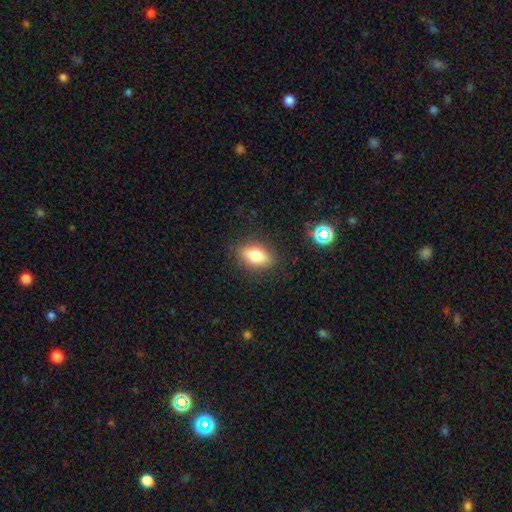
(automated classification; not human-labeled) A smooth galaxy with no disk features (76%) that is in between round and cigar-shaped (84%).

Vote fractions:
- Smooth or featured? smooth: 76% / featured or disk: 15% / star or artifact: 9%
- How rounded? in between: 84% / round: 9% / cigar-shaped: 7%
- Merging? none: 85% / minor disturbance: 11% / major disturbance: 3% / merger: 1%